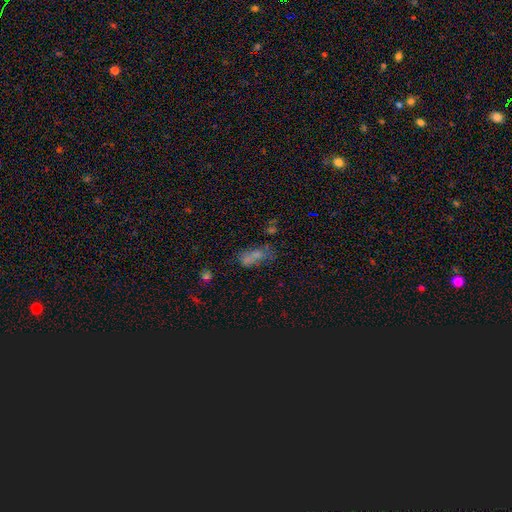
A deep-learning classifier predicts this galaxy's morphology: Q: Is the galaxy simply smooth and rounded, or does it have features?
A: smooth — 47%.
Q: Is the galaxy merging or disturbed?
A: none — 44%.